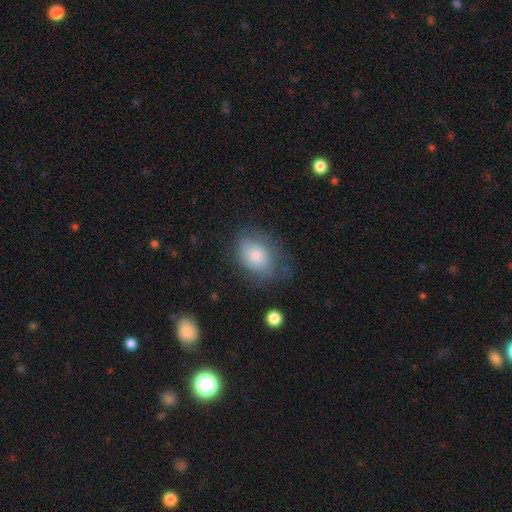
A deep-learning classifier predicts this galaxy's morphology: This appears to be a smooth galaxy with no disk features (73%) that is in between round and cigar-shaped (70%). Merging: none (56%).